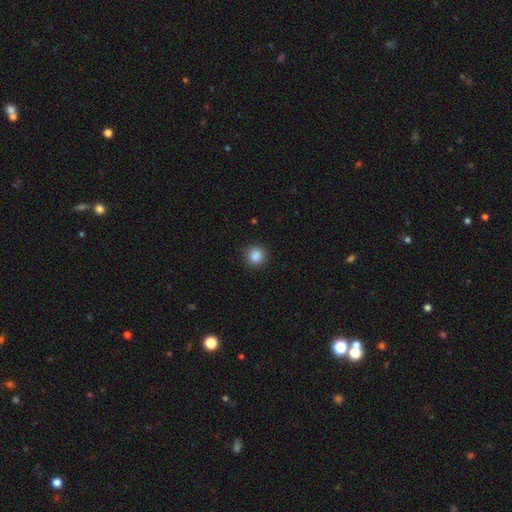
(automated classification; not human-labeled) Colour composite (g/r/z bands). It shows a smooth galaxy with no disk features (87%) that is round (92%). Merging: none (91%).